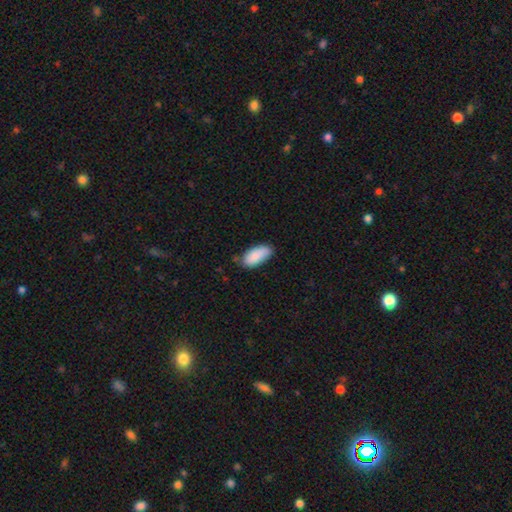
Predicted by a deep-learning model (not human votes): Smooth or featured? smooth (86%)
How rounded? in between (92%)
Merging? none (70%)